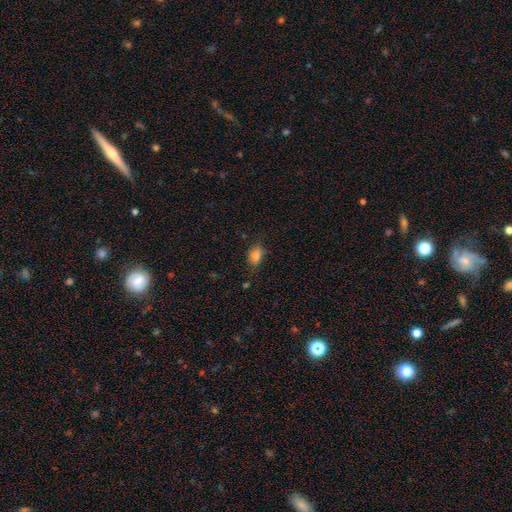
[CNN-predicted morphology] smooth-or-featured: smooth: 82% | star or artifact: 10% | featured or disk: 8%
  how-rounded: in between: 77% | round: 20% | cigar-shaped: 3%
  merging: none: 72% | minor disturbance: 21% | major disturbance: 5% | merger: 2%